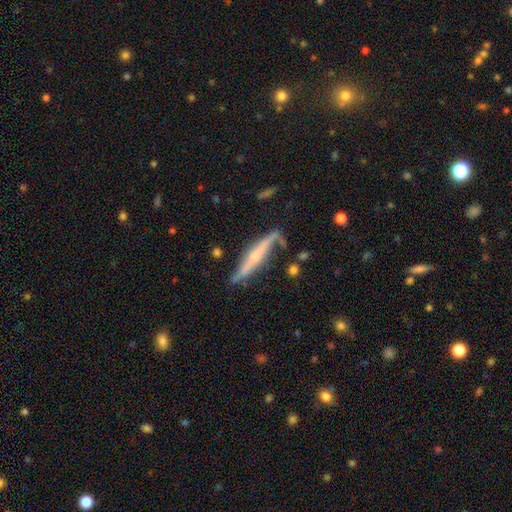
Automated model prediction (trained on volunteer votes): Overall: featured or disk (68%). Edge-on disk: yes (86%). Edge-on bulge: rounded (66%). Merging: none (64%; minor disturbance 24%).